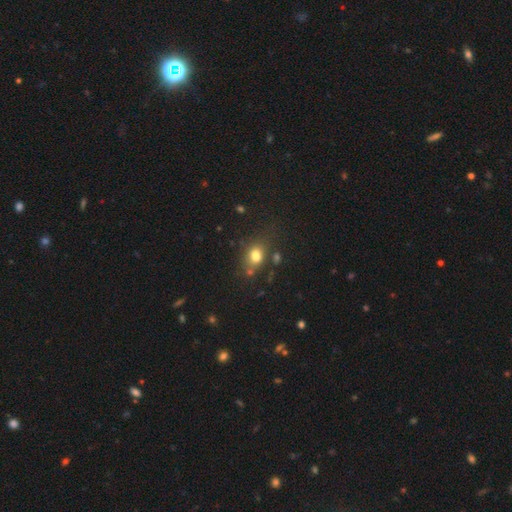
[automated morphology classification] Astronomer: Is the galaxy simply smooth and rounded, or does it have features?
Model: smooth — 78%.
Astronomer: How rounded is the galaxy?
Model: in between — 61% (runner-up: round, 37%).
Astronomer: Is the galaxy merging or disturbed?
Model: none — 62%.